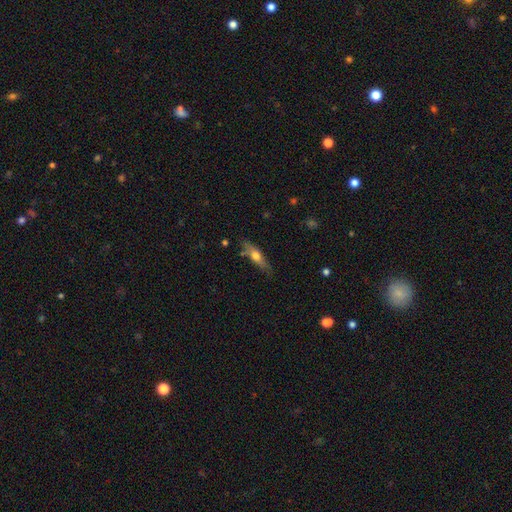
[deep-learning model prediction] The model was most divided on "smooth or featured": smooth: 54%, featured or disk: 40%, star or artifact: 6%. More confident: merging — none (76%); how rounded — cigar-shaped (65%).